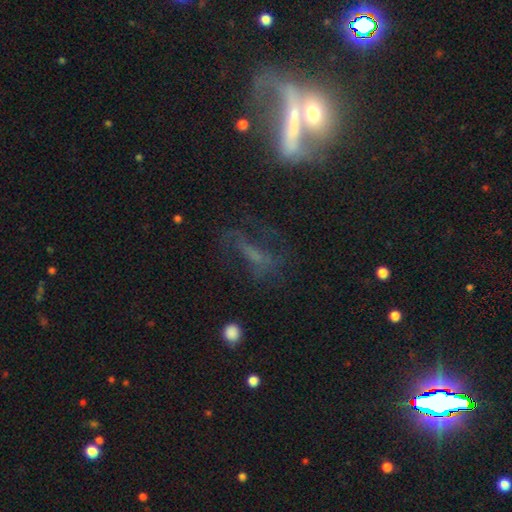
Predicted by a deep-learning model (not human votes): Smooth or featured: featured or disk — 45% (smooth — 29%)
Merging: none — 45% (major disturbance — 23%)